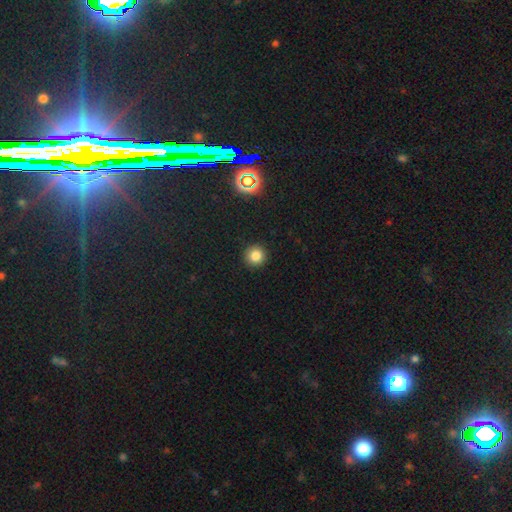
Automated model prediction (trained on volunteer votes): smooth-or-featured: smooth: 82% | star or artifact: 13% | featured or disk: 5%
  how-rounded: round: 95% | in between: 5% | cigar-shaped: 1%
  merging: none: 92% | minor disturbance: 5% | major disturbance: 2% | merger: 1%